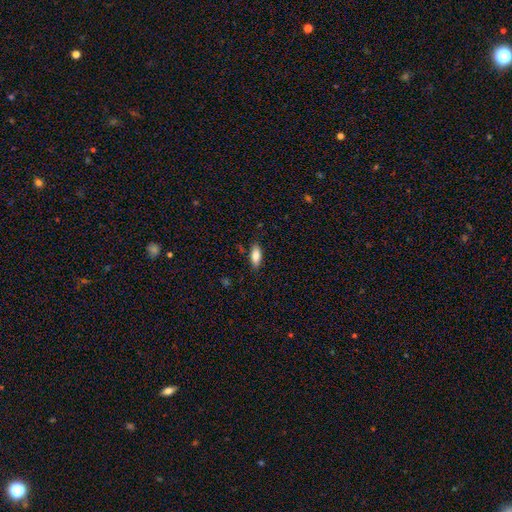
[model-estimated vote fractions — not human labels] Smooth or featured: smooth — 82% (featured or disk — 11%)
How rounded: in between — 81% (cigar-shaped — 17%)
Merging: none — 84% (minor disturbance — 12%)